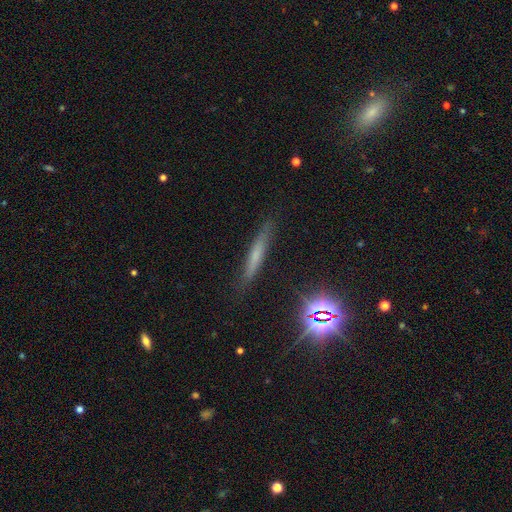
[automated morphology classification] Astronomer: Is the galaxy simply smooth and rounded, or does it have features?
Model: smooth — 49% (runner-up: featured or disk, 33%).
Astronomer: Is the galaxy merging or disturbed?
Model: none — 84%.